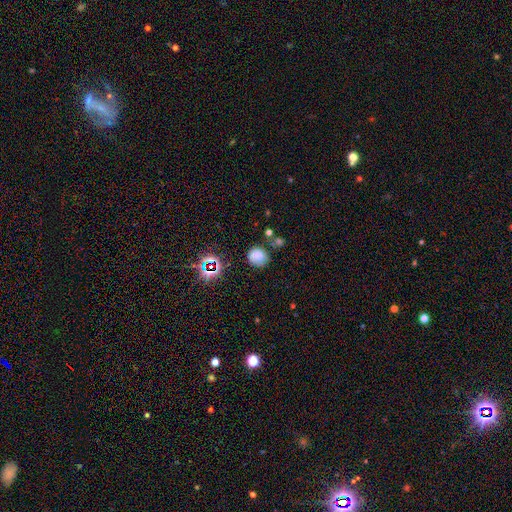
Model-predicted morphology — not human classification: The model was most divided on "merging": none: 67%, minor disturbance: 20%, major disturbance: 7%, merger: 6%. More confident: how rounded — round (82%); smooth or featured — smooth (69%).